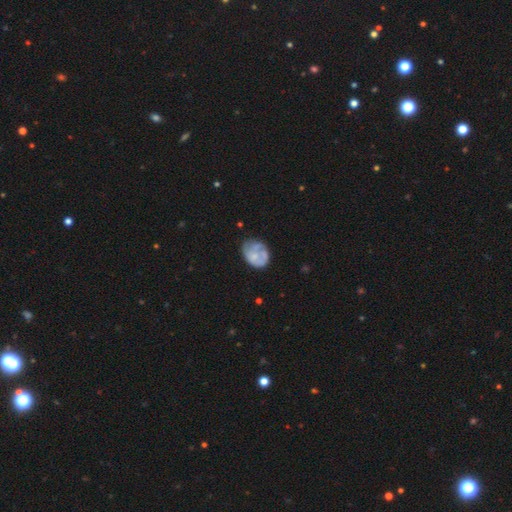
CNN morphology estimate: This is possibly a smooth galaxy (48%). Merging: possibly none (48%).